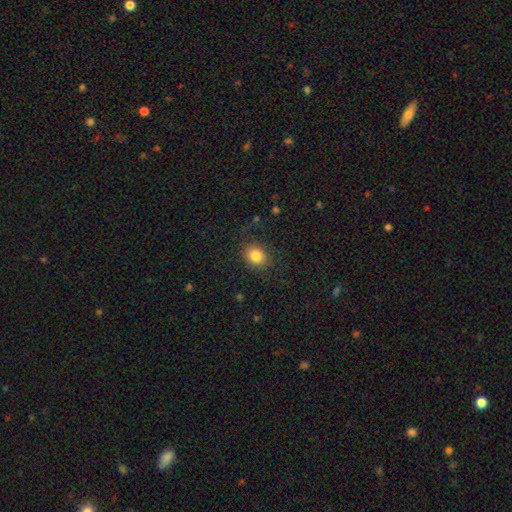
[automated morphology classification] Smooth or featured? Predicted: smooth (p=0.83). How rounded? Predicted: round (p=0.59). Merging? Predicted: none (p=0.84).